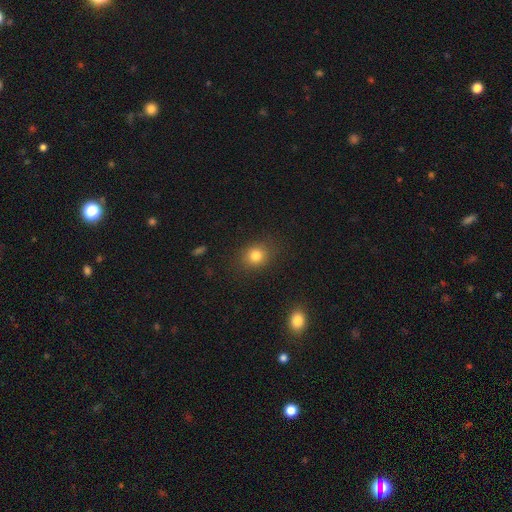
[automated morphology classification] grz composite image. It shows a smooth galaxy with no disk features (81%) that is round (68%). Merging: none (86%).